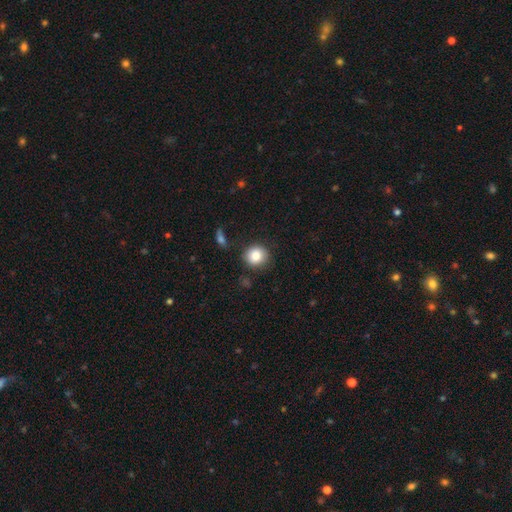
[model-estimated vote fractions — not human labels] A smooth galaxy with no disk features (84%) that is round (86%).

Vote fractions:
- Smooth or featured? smooth: 84% / star or artifact: 9% / featured or disk: 7%
- How rounded? round: 86% / in between: 13% / cigar-shaped: 1%
- Merging? none: 86% / minor disturbance: 9% / major disturbance: 3% / merger: 2%